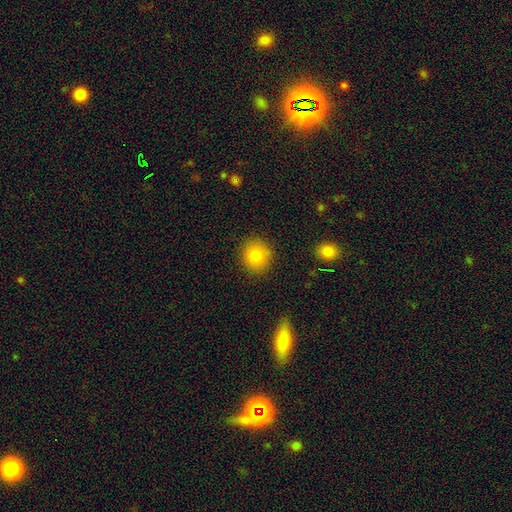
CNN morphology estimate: The model was most divided on "smooth or featured": smooth: 82%, star or artifact: 10%, featured or disk: 8%. More confident: merging — none (89%); how rounded — round (86%).